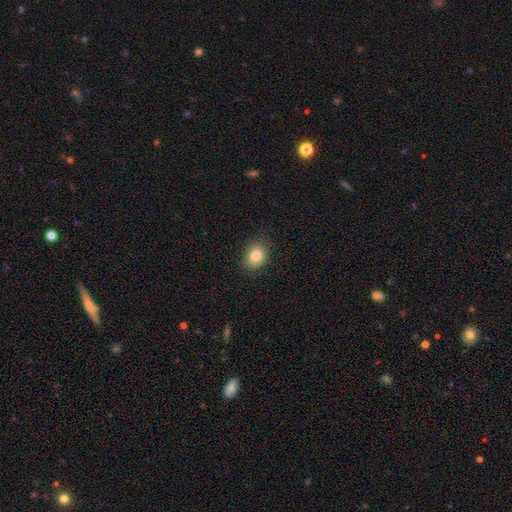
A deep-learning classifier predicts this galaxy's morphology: Smooth or featured? Predicted: smooth (p=0.81). How rounded? Predicted: round (p=0.53). Merging? Predicted: none (p=0.81).